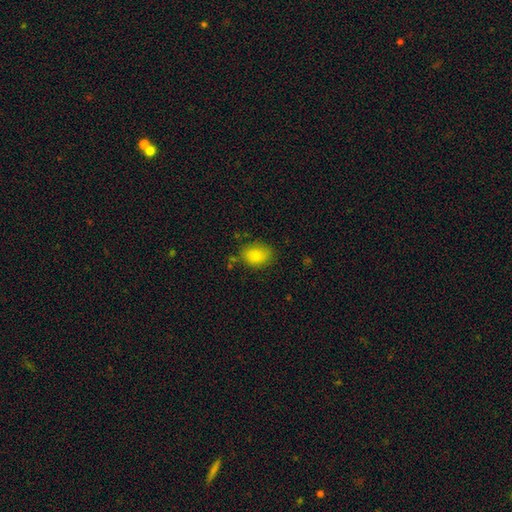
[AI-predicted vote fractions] smooth-or-featured: smooth: 81% | star or artifact: 10% | featured or disk: 9%
  how-rounded: in between: 61% | round: 38% | cigar-shaped: 1%
  merging: none: 76% | minor disturbance: 16% | major disturbance: 4% | merger: 3%